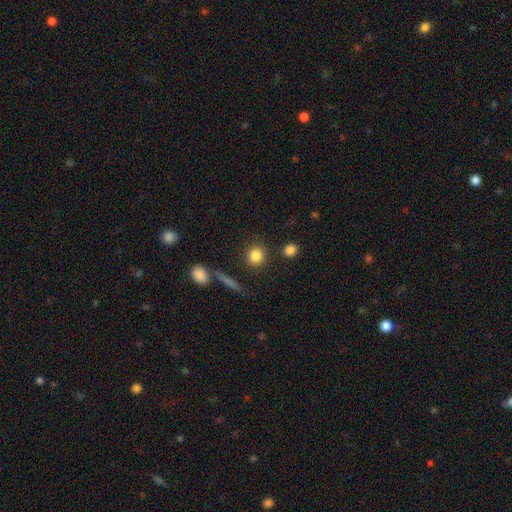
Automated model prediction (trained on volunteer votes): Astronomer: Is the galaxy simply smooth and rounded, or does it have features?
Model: smooth — 84%.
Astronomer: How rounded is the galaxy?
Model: round — 87%.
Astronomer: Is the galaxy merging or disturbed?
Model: none — 85%.